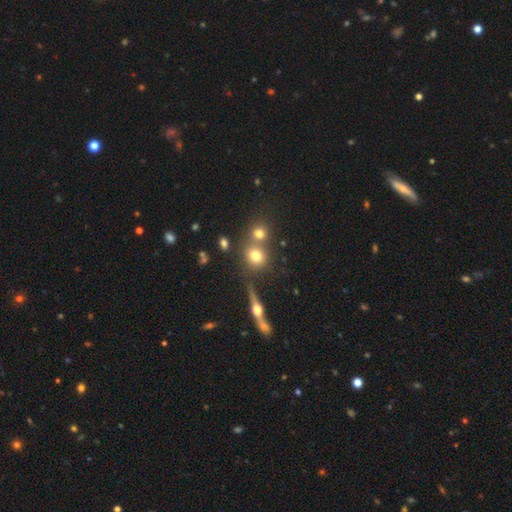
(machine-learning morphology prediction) A smooth galaxy with no disk features (70%) that is round (82%). Merging: none (58%).